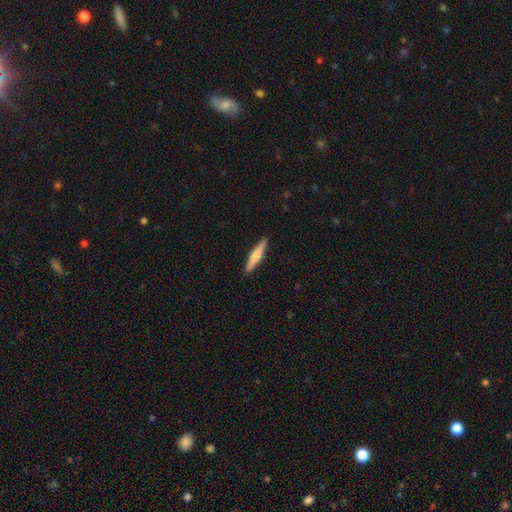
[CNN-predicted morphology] Smooth or featured? smooth (59%)
How rounded? cigar-shaped (91%)
Merging? none (91%)